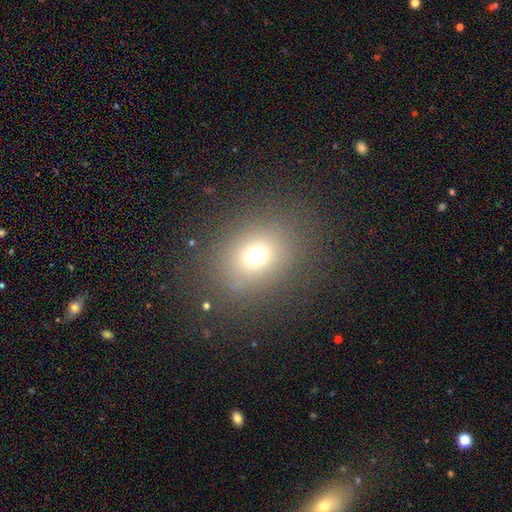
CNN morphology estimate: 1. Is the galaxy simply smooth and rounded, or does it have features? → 68% smooth, 21% star or artifact, 11% featured or disk.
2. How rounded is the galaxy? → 60% round, 39% in between, 1% cigar-shaped.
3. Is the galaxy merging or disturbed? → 82% none, 9% minor disturbance, 7% major disturbance, 2% merger.